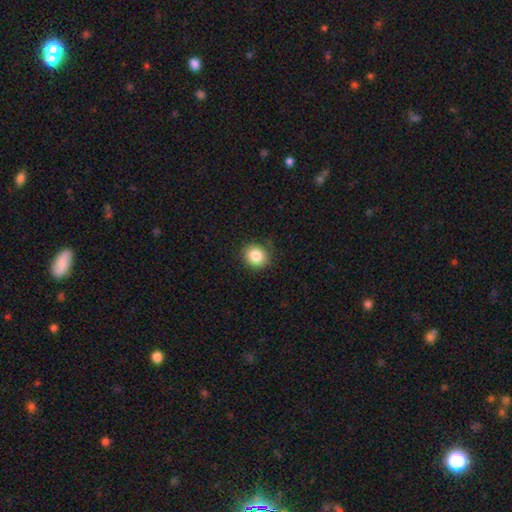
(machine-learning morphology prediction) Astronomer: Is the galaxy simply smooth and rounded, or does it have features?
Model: smooth — 84%.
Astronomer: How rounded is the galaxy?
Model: round — 82%.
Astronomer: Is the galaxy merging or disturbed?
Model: none — 87%.